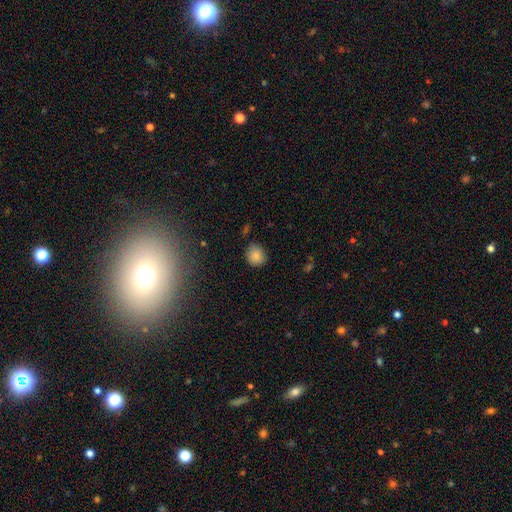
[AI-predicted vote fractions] smooth_or_featured: smooth (p=0.84) [alt: star or artifact p=0.10]
how_rounded: round (p=0.78) [alt: in between p=0.21]
merging: none (p=0.80) [alt: minor disturbance p=0.15]